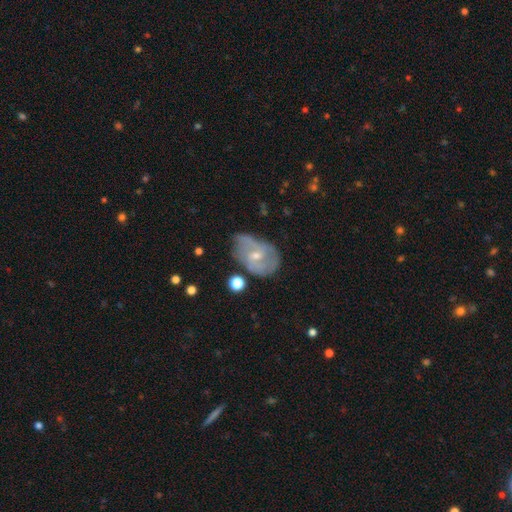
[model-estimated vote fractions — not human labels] Morphology: type=featured or disk (65%); edge-on=no (96%); bar=no (49%); spiral arms=yes (71%); bulge=small (61%); merging=none (49%).